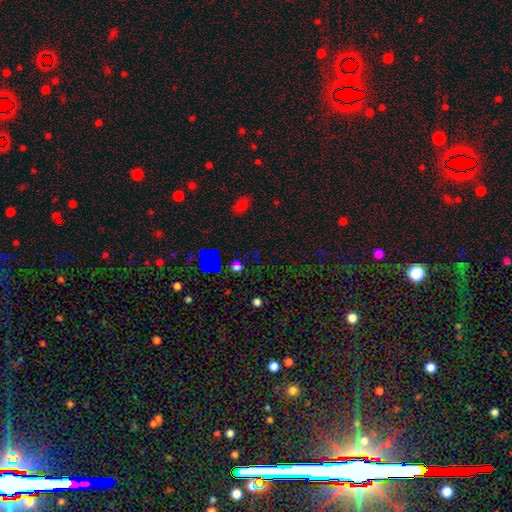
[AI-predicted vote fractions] Overall: star or artifact (52%; smooth 40%).